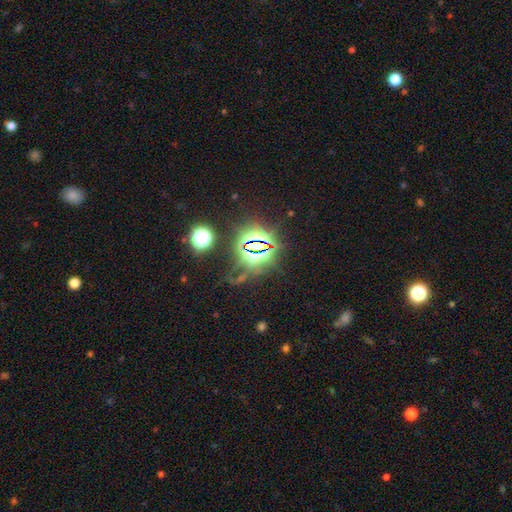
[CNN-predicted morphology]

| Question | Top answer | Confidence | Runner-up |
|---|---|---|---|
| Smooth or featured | star or artifact | 80% | smooth (11%) |